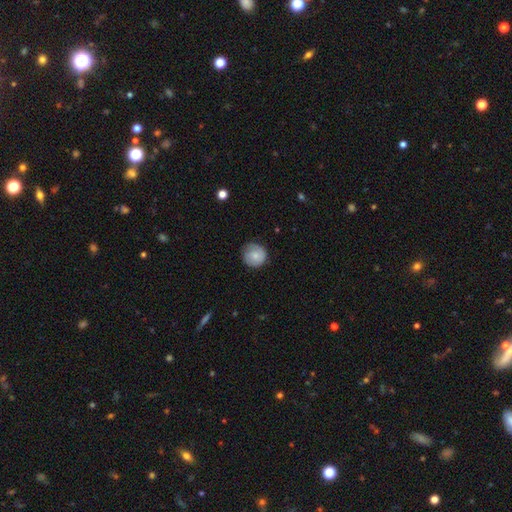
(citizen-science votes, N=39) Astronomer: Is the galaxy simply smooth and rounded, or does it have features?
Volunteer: smooth — 62%.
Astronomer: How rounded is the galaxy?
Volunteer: round — 100%.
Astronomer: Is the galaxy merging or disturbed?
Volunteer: none — 59% (runner-up: minor disturbance, 35%).